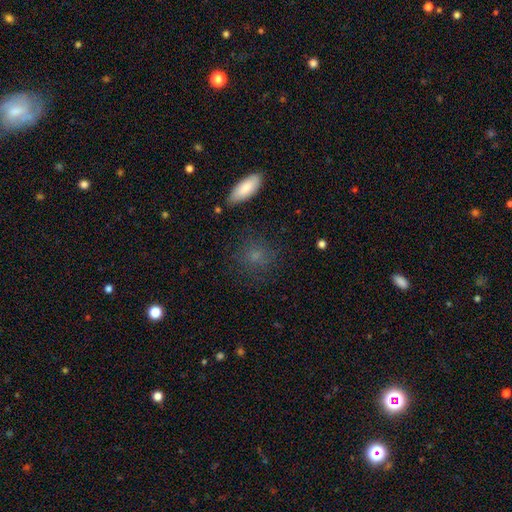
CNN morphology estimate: Smooth or featured: smooth — 72% (star or artifact — 15%)
How rounded: round — 76% (in between — 21%)
Merging: none — 78% (minor disturbance — 13%)